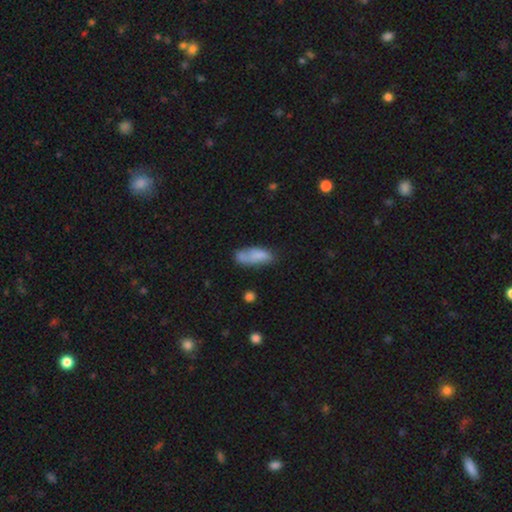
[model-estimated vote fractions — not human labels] Smooth or featured: smooth — 73% (featured or disk — 18%)
How rounded: in between — 74% (cigar-shaped — 24%)
Merging: none — 45% (minor disturbance — 26%)